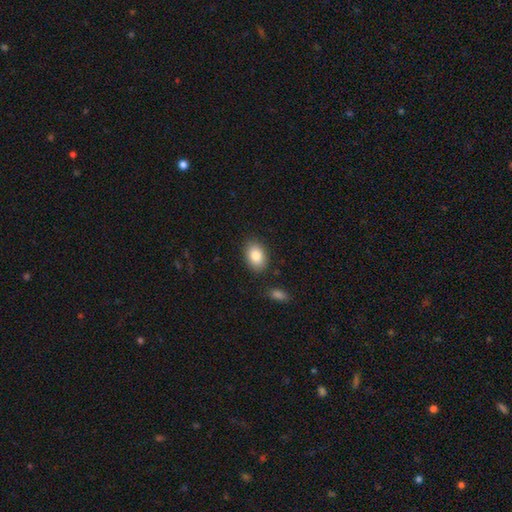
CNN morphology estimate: Q: Smooth or featured?
A: smooth (84%); runner-up: featured or disk (8%)
Q: How rounded?
A: in between (81%); runner-up: round (18%)
Q: Merging?
A: none (85%); runner-up: minor disturbance (10%)